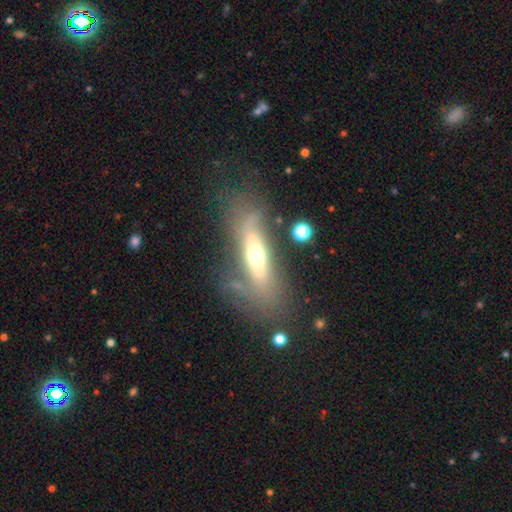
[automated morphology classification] Q: Smooth or featured?
A: featured or disk (56%); runner-up: smooth (36%)
Q: Edge-on disk?
A: yes (52%); runner-up: no (48%)
Q: Merging?
A: none (56%); runner-up: minor disturbance (22%)